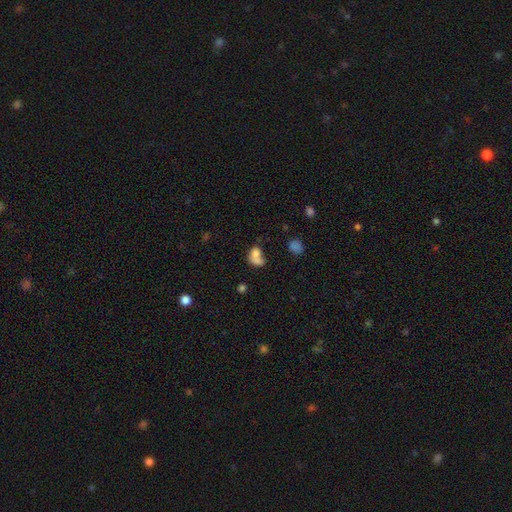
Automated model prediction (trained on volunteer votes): Q: Smooth or featured?
A: smooth (70%); runner-up: featured or disk (17%)
Q: How rounded?
A: in between (60%); runner-up: round (38%)
Q: Merging?
A: merger (52%); runner-up: none (22%)